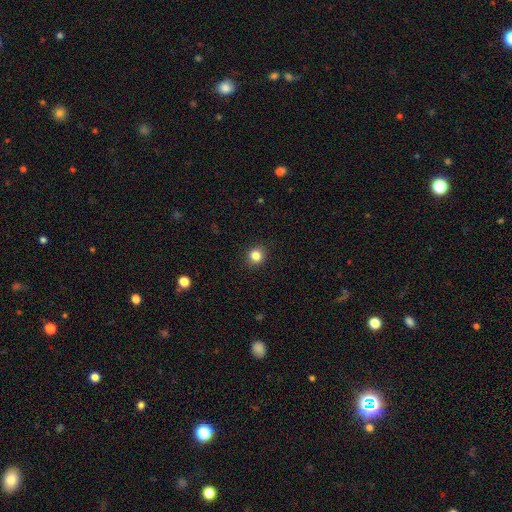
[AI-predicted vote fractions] smooth_or_featured: smooth (p=0.83) [alt: star or artifact p=0.12]
how_rounded: round (p=0.87) [alt: in between p=0.12]
merging: none (p=0.92) [alt: minor disturbance p=0.05]